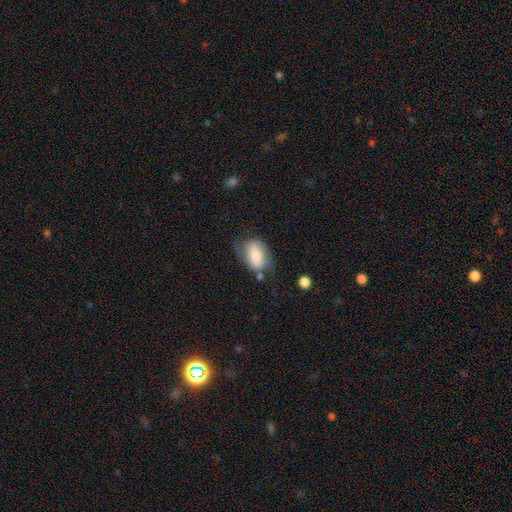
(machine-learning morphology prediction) smooth 61%, featured or disk 32%, star or artifact 7%. Down the decision tree: how rounded — in between (87%); merging — none (50%).